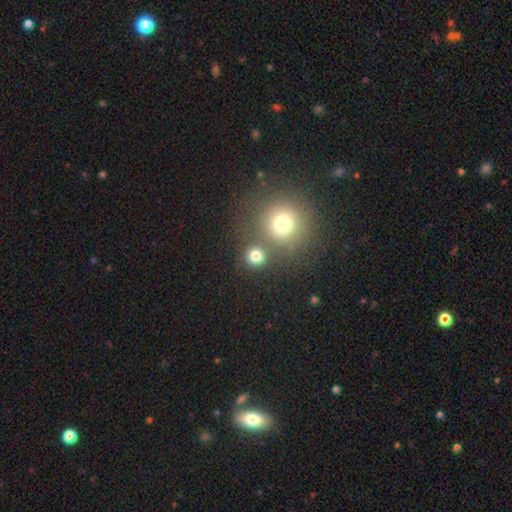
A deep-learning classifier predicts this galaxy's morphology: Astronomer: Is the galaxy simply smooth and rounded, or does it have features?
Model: smooth — 78%.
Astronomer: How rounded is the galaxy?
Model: round — 91%.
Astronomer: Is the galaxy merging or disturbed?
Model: none — 70%.